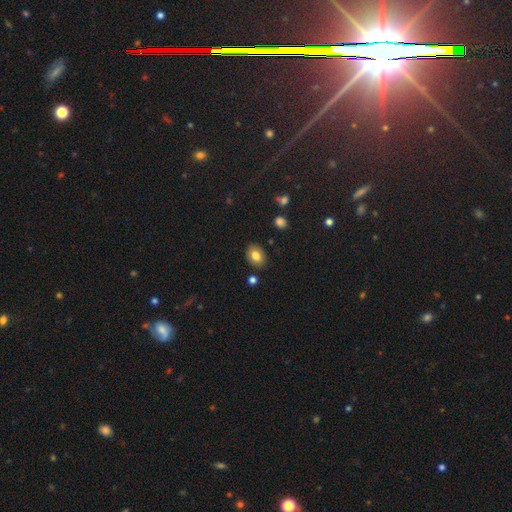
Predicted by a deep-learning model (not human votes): Overall: smooth (80%). How rounded: in between (72%). Merging: none (85%).